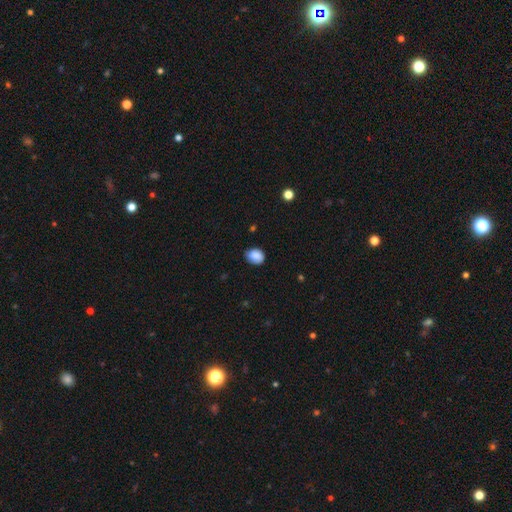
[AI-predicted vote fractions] Smooth or featured? smooth (85%)
How rounded? in between (51%)
Merging? none (72%)